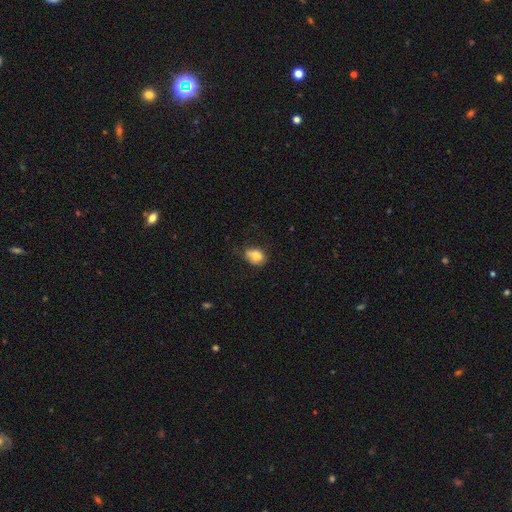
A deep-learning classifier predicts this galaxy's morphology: Smooth or featured? Predicted: smooth (p=0.83). How rounded? Predicted: in between (p=0.68). Merging? Predicted: none (p=0.52).